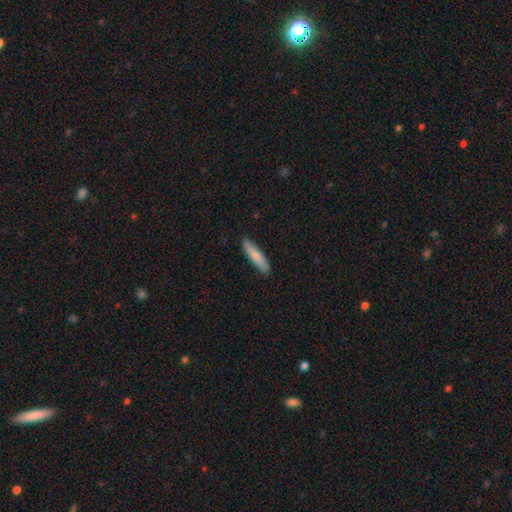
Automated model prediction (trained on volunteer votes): Morphology: type=smooth (81%); roundness=cigar-shaped (81%); merging=none (86%).